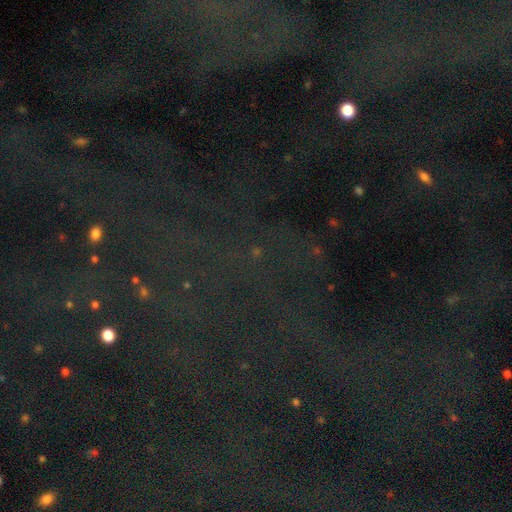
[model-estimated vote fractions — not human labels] smooth_or_featured: star or artifact (p=0.79) [alt: smooth p=0.11]